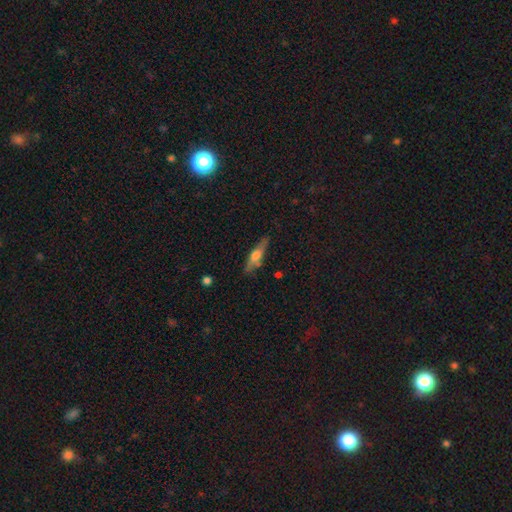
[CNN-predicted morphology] Smooth or featured? featured or disk (47%)
Merging? none (79%)